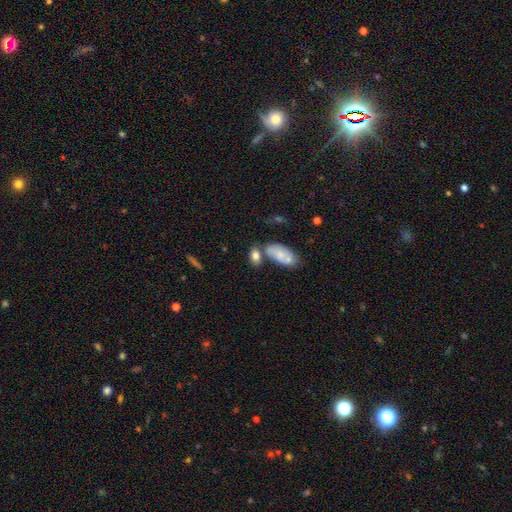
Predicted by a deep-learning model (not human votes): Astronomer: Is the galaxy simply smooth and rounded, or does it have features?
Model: smooth — 78%.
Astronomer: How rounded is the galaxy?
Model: in between — 83%.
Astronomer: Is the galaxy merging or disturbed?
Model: none — 54%.